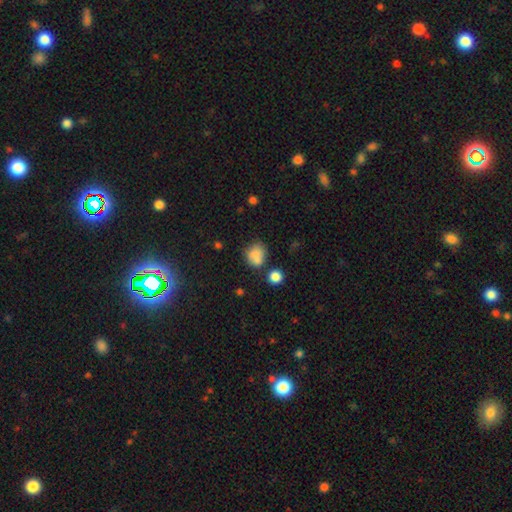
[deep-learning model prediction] This is likely a smooth galaxy (79%). How rounded: likely round (64%). Merging: possibly none (51%).